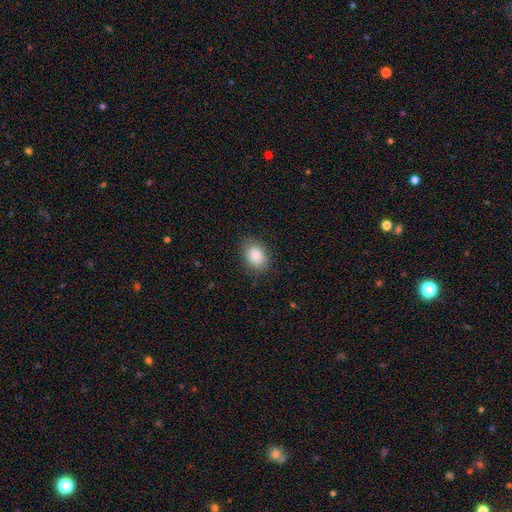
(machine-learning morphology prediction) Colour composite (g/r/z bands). It shows a smooth galaxy with no disk features (87%) that is in between round and cigar-shaped (69%). Merging: none (84%).